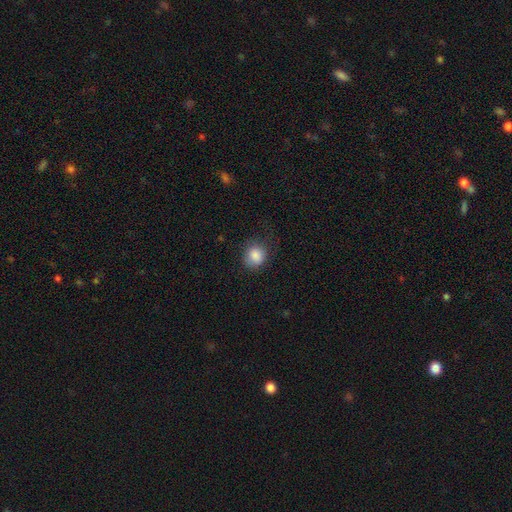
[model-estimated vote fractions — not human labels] The model was most divided on "merging": none: 71%, minor disturbance: 20%, major disturbance: 8%, merger: 1%. More confident: smooth or featured — smooth (86%); how rounded — round (76%).